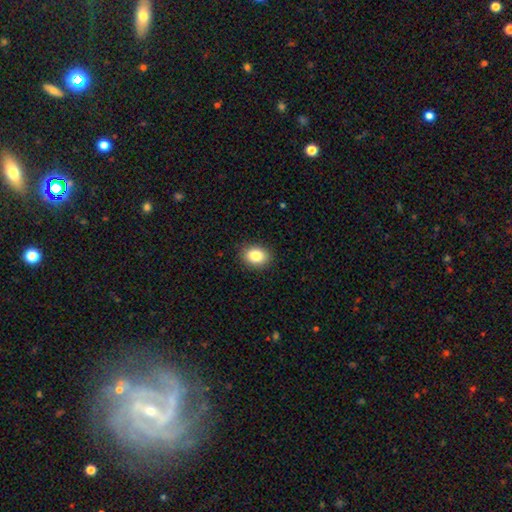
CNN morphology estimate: A smooth galaxy with no disk features (85%) that is in between round and cigar-shaped (65%).

Vote fractions:
- Smooth or featured? smooth: 85% / star or artifact: 9% / featured or disk: 6%
- How rounded? in between: 65% / round: 34% / cigar-shaped: 1%
- Merging? none: 89% / minor disturbance: 8% / major disturbance: 2% / merger: 1%